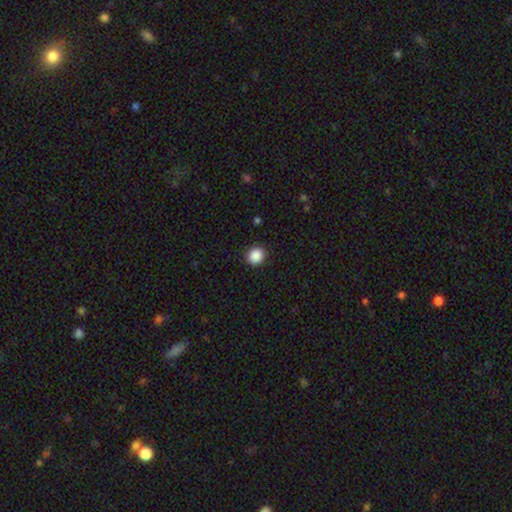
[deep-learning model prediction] A smooth galaxy with no disk features (89%) that is round (83%).

Vote fractions:
- Smooth or featured? smooth: 89% / star or artifact: 9% / featured or disk: 2%
- How rounded? round: 83% / in between: 16% / cigar-shaped: 1%
- Merging? none: 91% / minor disturbance: 6% / major disturbance: 2% / merger: 1%